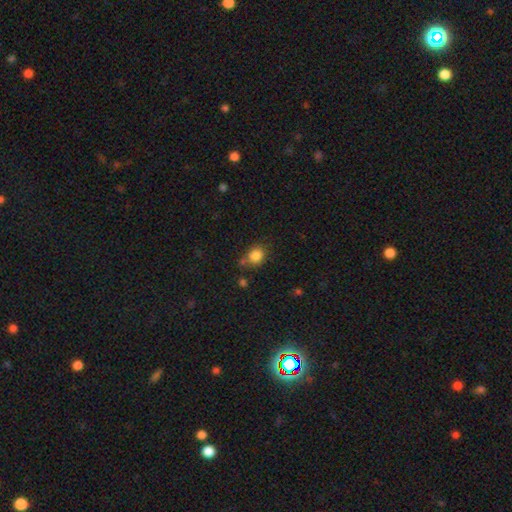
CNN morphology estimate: smooth-or-featured: smooth: 84% | star or artifact: 11% | featured or disk: 5%
  how-rounded: round: 63% | in between: 35% | cigar-shaped: 1%
  merging: none: 68% | minor disturbance: 18% | merger: 10% | major disturbance: 5%